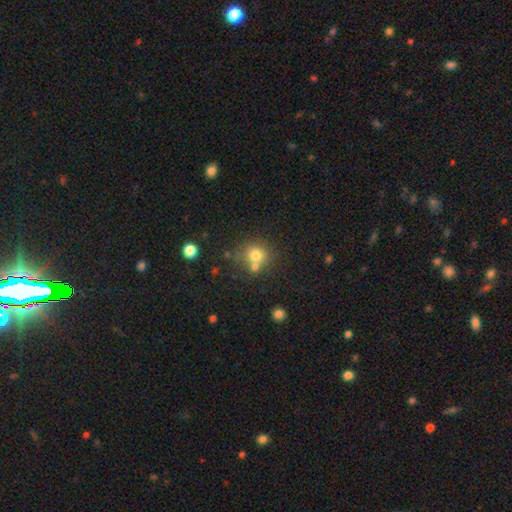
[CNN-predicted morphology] This appears to be a smooth galaxy with no disk features (75%) that is round (85%). Merging: none (58%).